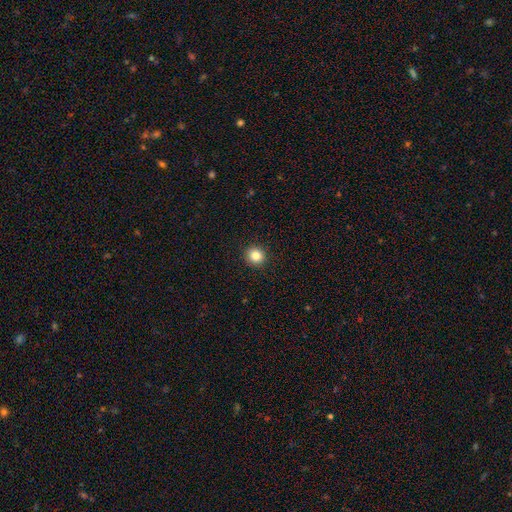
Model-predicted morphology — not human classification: This appears to be a smooth galaxy with no disk features (84%) that is round (93%). Merging: none (93%).